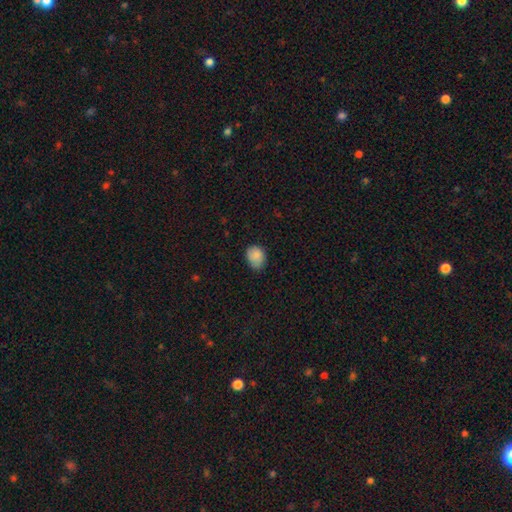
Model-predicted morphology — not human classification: Overall: smooth (86%). How rounded: in between (52%; round 47%). Merging: none (65%; minor disturbance 29%).